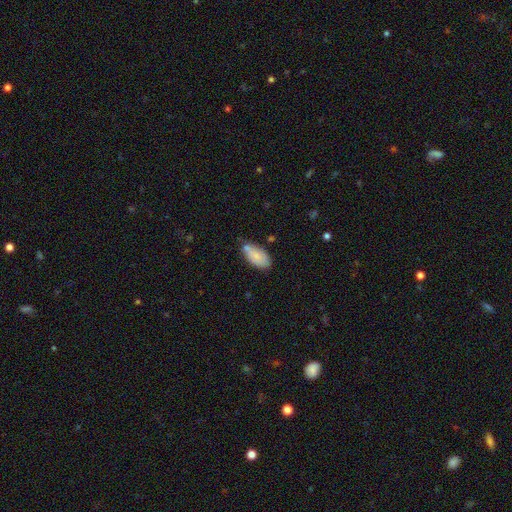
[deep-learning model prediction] Smooth or featured?
  - smooth: 77% *
  - featured or disk: 16%
  - star or artifact: 7%
How rounded?
  - in between: 92% *
  - cigar-shaped: 5%
  - round: 2%
Merging?
  - none: 56% *
  - minor disturbance: 26%
  - merger: 13%
  - major disturbance: 5%